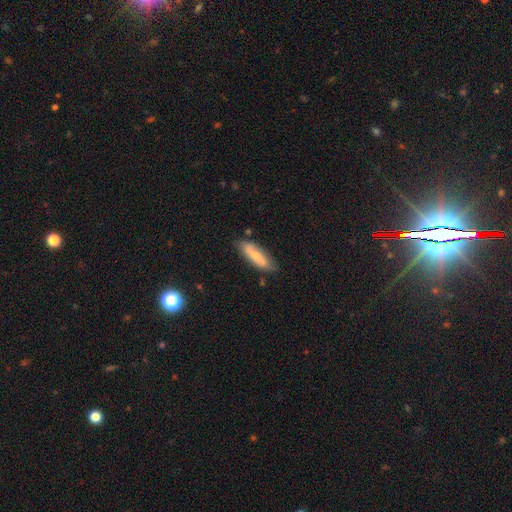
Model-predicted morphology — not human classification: A smooth galaxy with no disk features (64%) that is in between round and cigar-shaped (53%).

Vote fractions:
- Smooth or featured? smooth: 64% / featured or disk: 30% / star or artifact: 6%
- How rounded? in between: 53% / cigar-shaped: 45% / round: 2%
- Merging? none: 76% / minor disturbance: 17% / major disturbance: 3% / merger: 3%